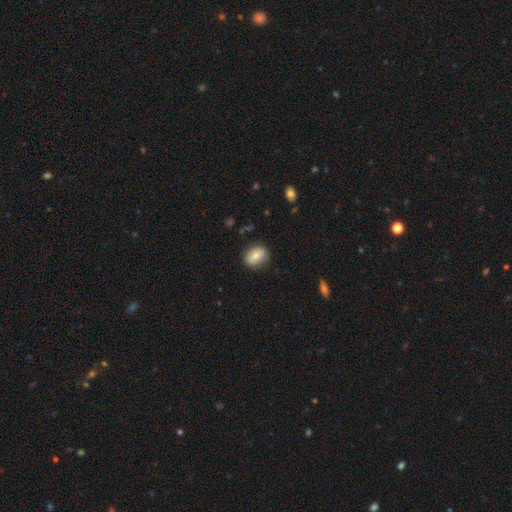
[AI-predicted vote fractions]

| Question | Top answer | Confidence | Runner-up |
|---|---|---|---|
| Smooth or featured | smooth | 72% | featured or disk (20%) |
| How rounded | in between | 65% | round (34%) |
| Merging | none | 82% | minor disturbance (13%) |